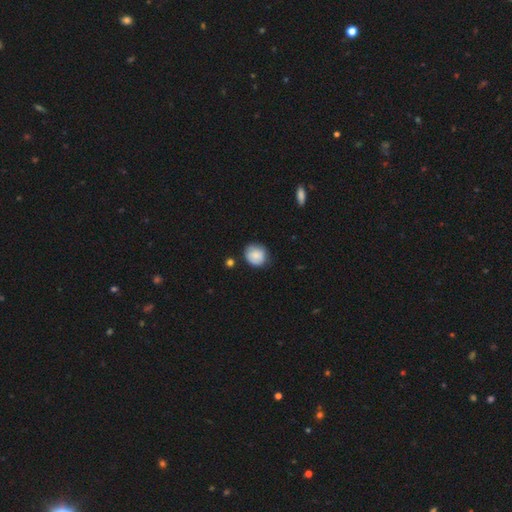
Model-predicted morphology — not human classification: This appears to be a smooth galaxy with no disk features (81%) that is round (79%). Merging: none (73%).